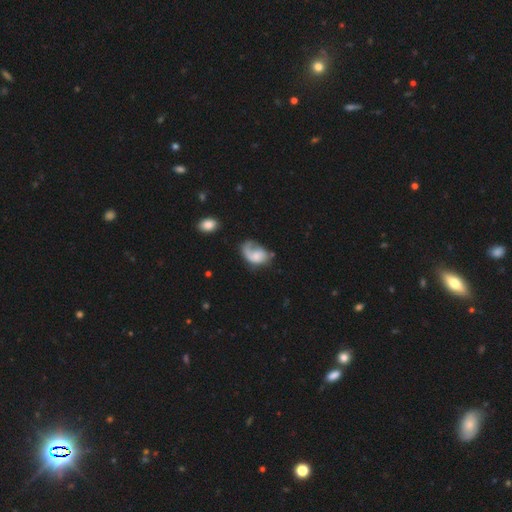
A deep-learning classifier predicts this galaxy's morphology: Smooth or featured? featured or disk (48%)
Merging? major disturbance (39%)